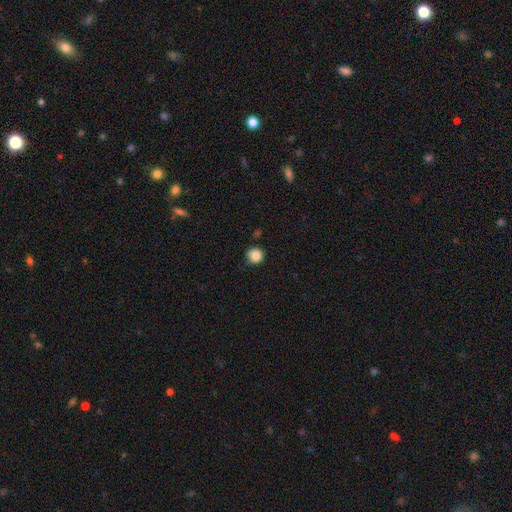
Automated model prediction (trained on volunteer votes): Smooth or featured?
  - smooth: 86% *
  - star or artifact: 10%
  - featured or disk: 4%
How rounded?
  - round: 94% *
  - in between: 5%
  - cigar-shaped: 1%
Merging?
  - none: 82% *
  - minor disturbance: 14%
  - major disturbance: 3%
  - merger: 2%